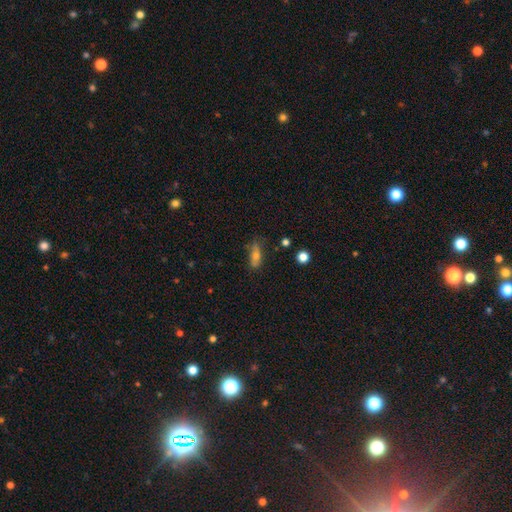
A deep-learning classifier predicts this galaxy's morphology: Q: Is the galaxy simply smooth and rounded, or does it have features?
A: smooth — 55%.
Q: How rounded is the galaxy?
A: in between — 56%.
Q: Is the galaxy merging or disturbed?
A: none — 64%.